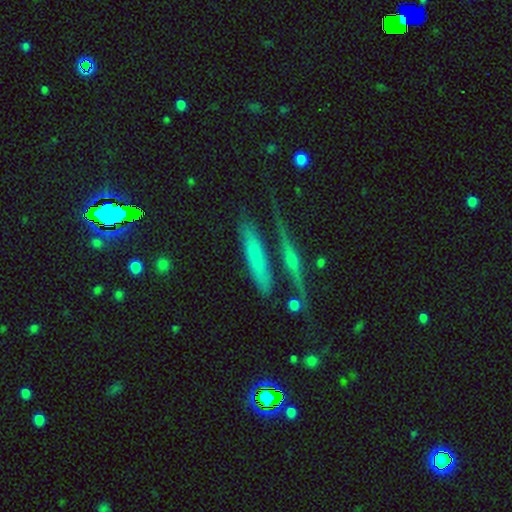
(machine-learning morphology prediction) This appears to be a smooth galaxy with no disk features (51%) that is cigar-shaped (81%). Merging: none (72%).